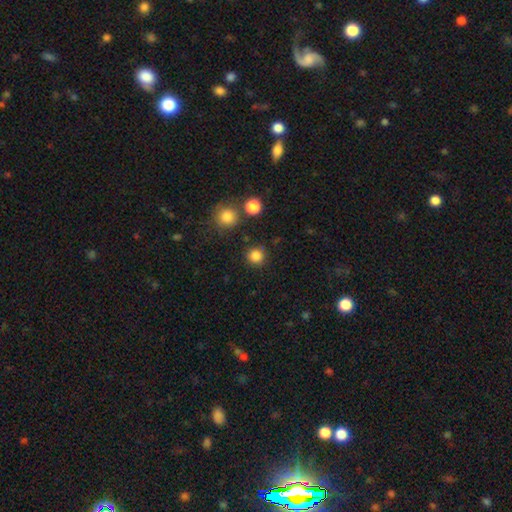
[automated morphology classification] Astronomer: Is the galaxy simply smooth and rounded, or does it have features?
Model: smooth — 84%.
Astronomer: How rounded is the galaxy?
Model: round — 94%.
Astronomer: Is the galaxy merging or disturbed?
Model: none — 88%.